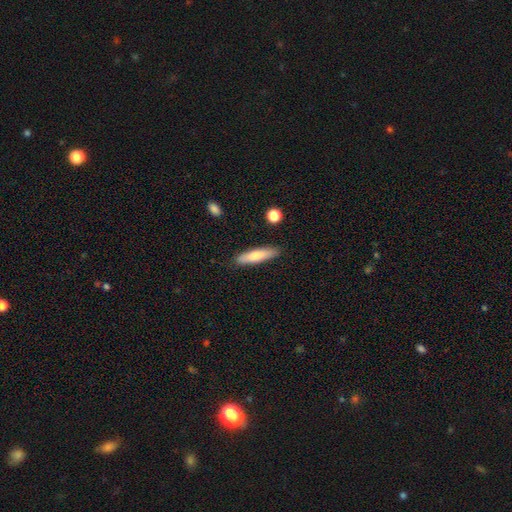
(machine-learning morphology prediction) Smooth or featured? Predicted: smooth (p=0.76). How rounded? Predicted: cigar-shaped (p=0.77). Merging? Predicted: none (p=0.86).